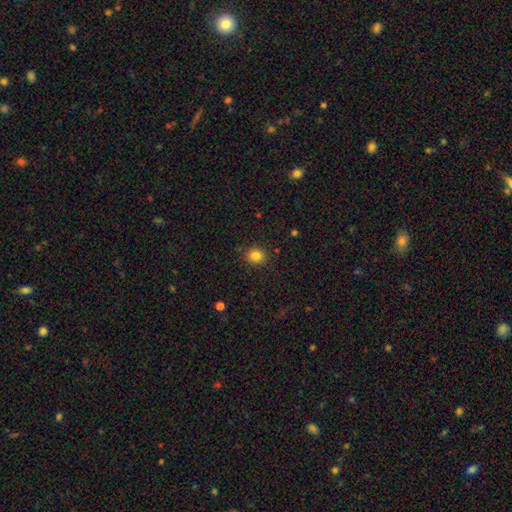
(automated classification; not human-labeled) smooth 83%, star or artifact 11%, featured or disk 5%. Down the decision tree: how rounded — round (77%); merging — none (88%).